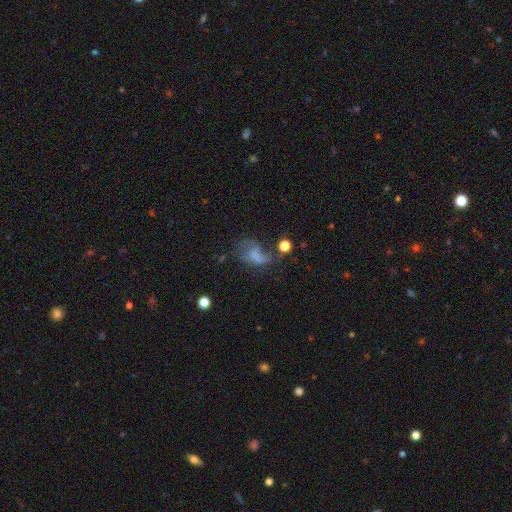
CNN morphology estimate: type=smooth (45%); merging=major disturbance (45%).